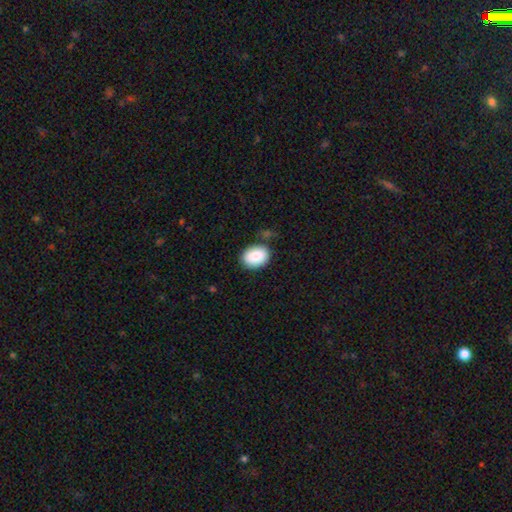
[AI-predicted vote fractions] A smooth galaxy with no disk features (86%) that is in between round and cigar-shaped (73%). Merging: none (75%).